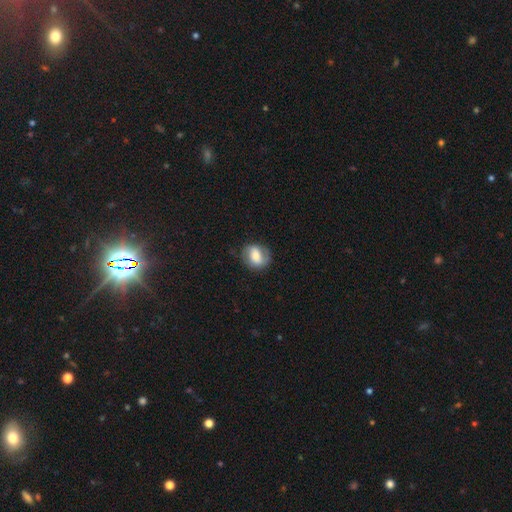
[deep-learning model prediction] This appears to be a featured or disk galaxy (48%). Merging: none (77%).